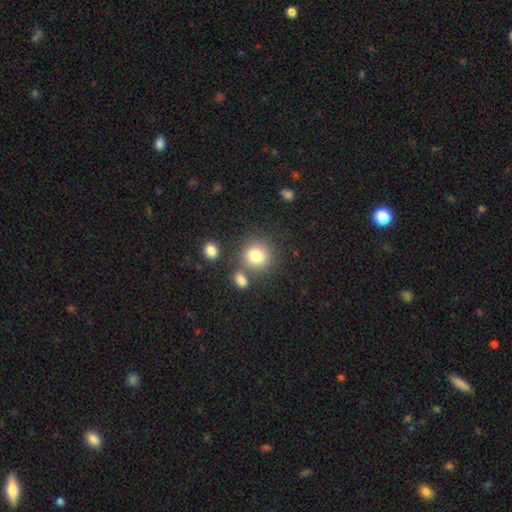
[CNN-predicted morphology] A smooth galaxy with no disk features (82%) that is round (86%).

Vote fractions:
- Smooth or featured? smooth: 82% / star or artifact: 10% / featured or disk: 8%
- How rounded? round: 86% / in between: 13% / cigar-shaped: 1%
- Merging? none: 69% / merger: 17% / minor disturbance: 10% / major disturbance: 4%